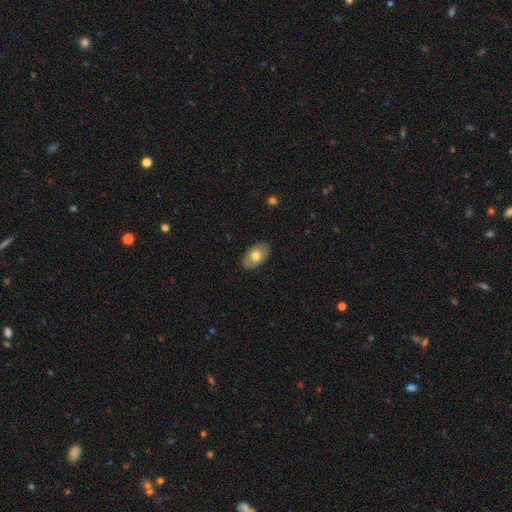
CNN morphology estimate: Q: Smooth or featured?
A: smooth (69%); runner-up: featured or disk (24%)
Q: How rounded?
A: in between (92%); runner-up: round (7%)
Q: Merging?
A: none (88%); runner-up: minor disturbance (9%)